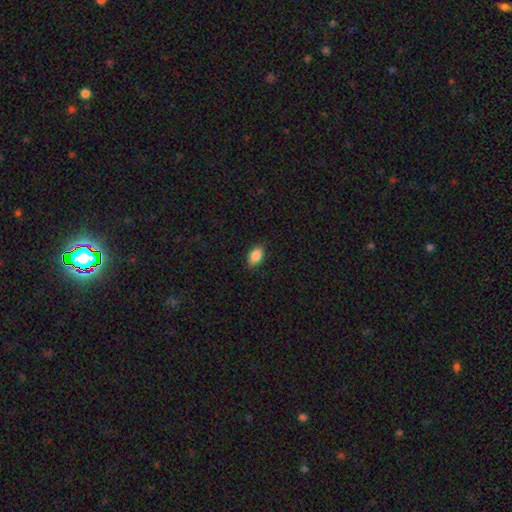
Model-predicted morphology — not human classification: The model was most divided on "merging": none: 87%, minor disturbance: 10%, major disturbance: 2%, merger: 1%. More confident: how rounded — in between (91%); smooth or featured — smooth (88%).